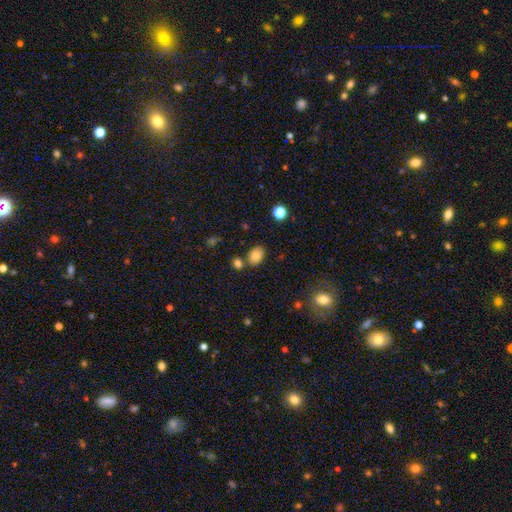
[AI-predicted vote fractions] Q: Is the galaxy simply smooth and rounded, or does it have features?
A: smooth — 83%.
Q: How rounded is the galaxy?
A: in between — 73%.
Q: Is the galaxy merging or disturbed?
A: none — 75%.